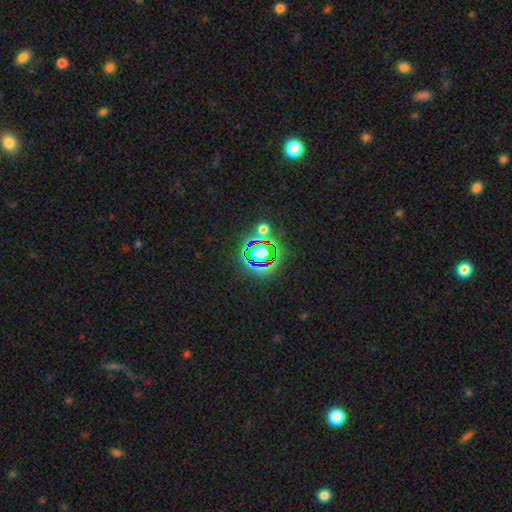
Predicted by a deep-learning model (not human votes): Q: Smooth or featured?
A: star or artifact (77%); runner-up: smooth (14%)